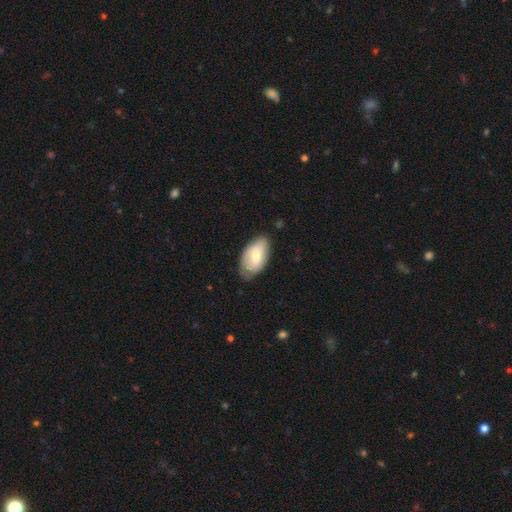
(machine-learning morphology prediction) The model was most divided on "smooth or featured": smooth: 63%, featured or disk: 31%, star or artifact: 6%. More confident: how rounded — in between (94%); merging — none (68%).